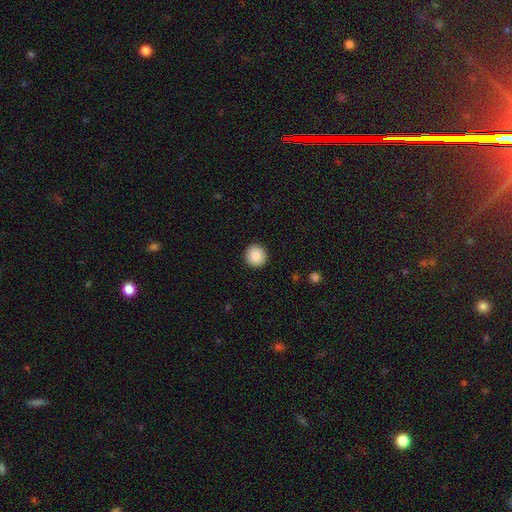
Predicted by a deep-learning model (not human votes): A smooth galaxy with no disk features (90%) that is round (95%).

Vote fractions:
- Smooth or featured? smooth: 90% / star or artifact: 8% / featured or disk: 3%
- How rounded? round: 95% / in between: 4% / cigar-shaped: 1%
- Merging? none: 93% / minor disturbance: 4% / major disturbance: 2% / merger: 1%